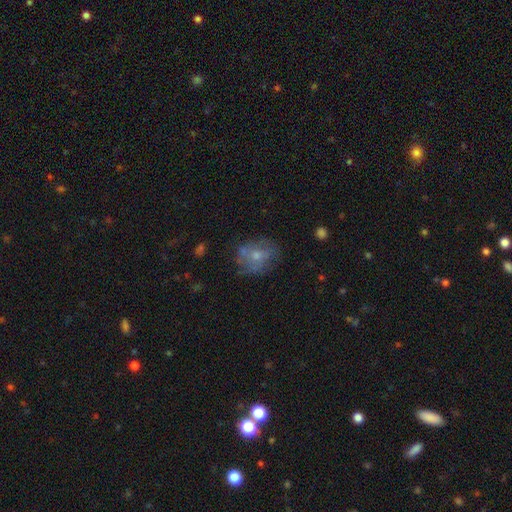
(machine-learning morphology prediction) smooth-or-featured: smooth: 52% | featured or disk: 39% | star or artifact: 10%
  how-rounded: round: 59% | in between: 40% | cigar-shaped: 1%
  merging: none: 57% | minor disturbance: 24% | major disturbance: 14% | merger: 5%